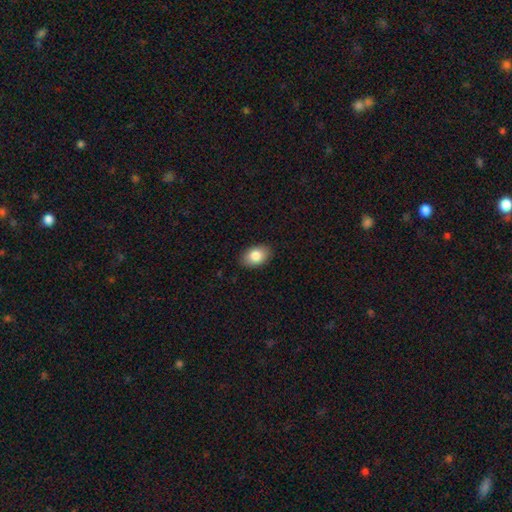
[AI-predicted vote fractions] Smooth or featured?
  - smooth: 84% *
  - featured or disk: 9%
  - star or artifact: 7%
How rounded?
  - in between: 86% *
  - round: 13%
  - cigar-shaped: 1%
Merging?
  - none: 88% *
  - minor disturbance: 9%
  - major disturbance: 2%
  - merger: 1%